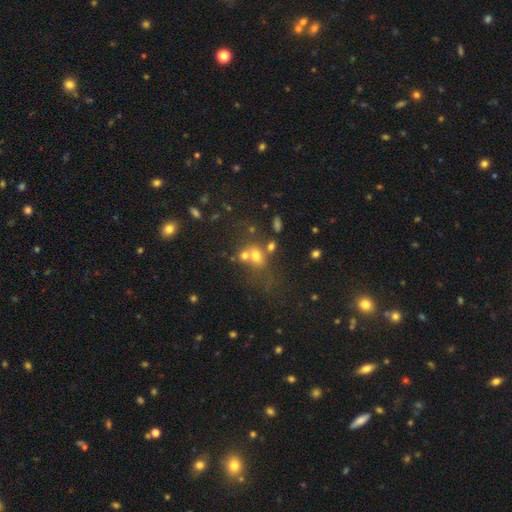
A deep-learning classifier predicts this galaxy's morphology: This is likely a smooth galaxy (61%). How rounded: possibly round (55%). Merging: possibly merger (45%).